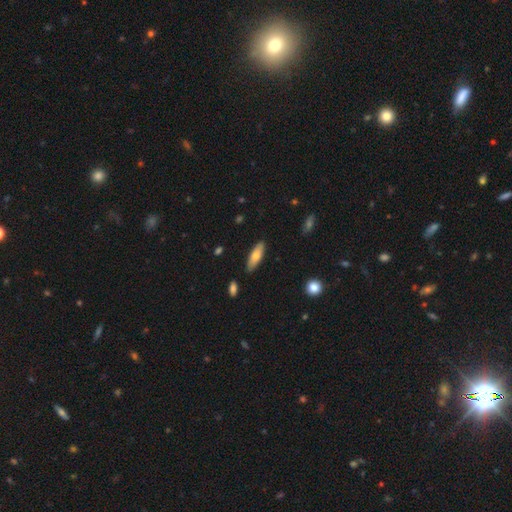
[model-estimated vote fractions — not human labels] Overall: smooth (67%). How rounded: in between (53%; cigar-shaped 45%). Merging: none (86%).